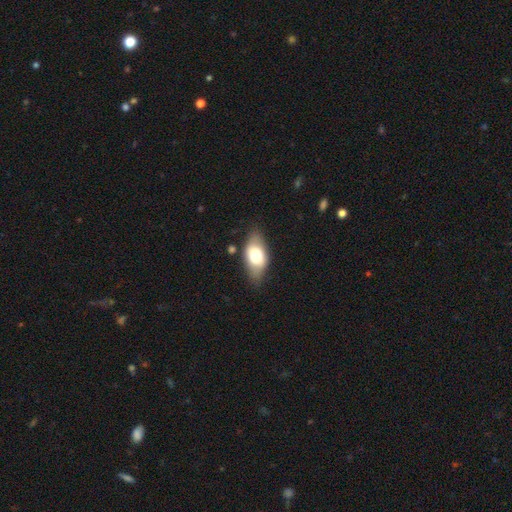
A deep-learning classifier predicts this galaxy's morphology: Smooth or featured? Predicted: smooth (p=0.68). How rounded? Predicted: in between (p=0.89). Merging? Predicted: none (p=0.73).